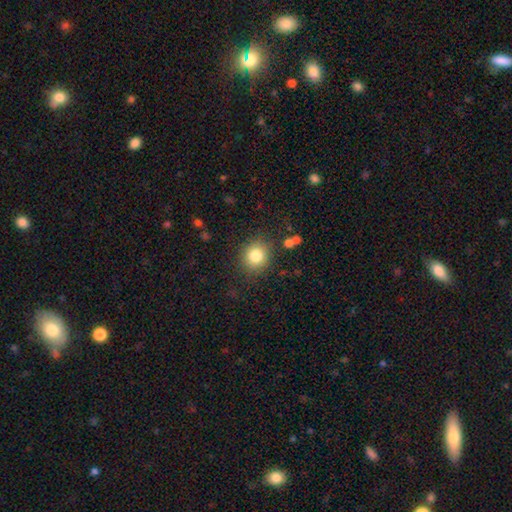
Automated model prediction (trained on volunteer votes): Smooth or featured?
  - smooth: 82% *
  - star or artifact: 11%
  - featured or disk: 7%
How rounded?
  - round: 82% *
  - in between: 17%
  - cigar-shaped: 1%
Merging?
  - none: 84% *
  - minor disturbance: 10%
  - major disturbance: 3%
  - merger: 3%